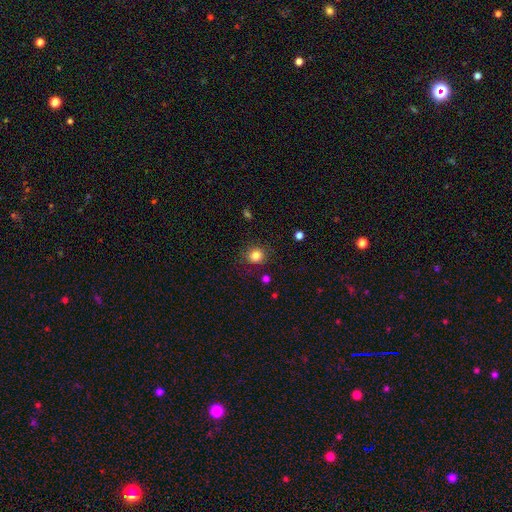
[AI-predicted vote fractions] A smooth galaxy with no disk features (83%) that is round (87%). Merging: none (85%).